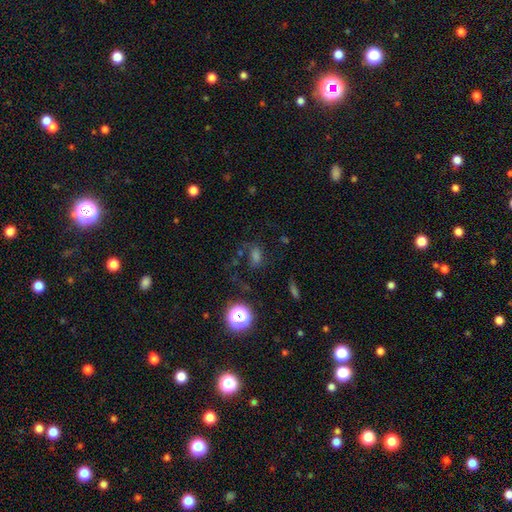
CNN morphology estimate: Q: Smooth or featured?
A: smooth (45%); runner-up: star or artifact (36%)
Q: Merging?
A: none (60%); runner-up: minor disturbance (18%)